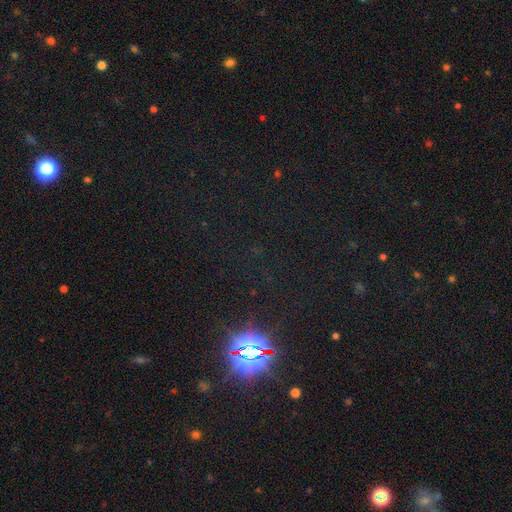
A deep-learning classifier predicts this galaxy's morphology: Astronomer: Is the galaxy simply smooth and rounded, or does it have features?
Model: star or artifact — 81%.